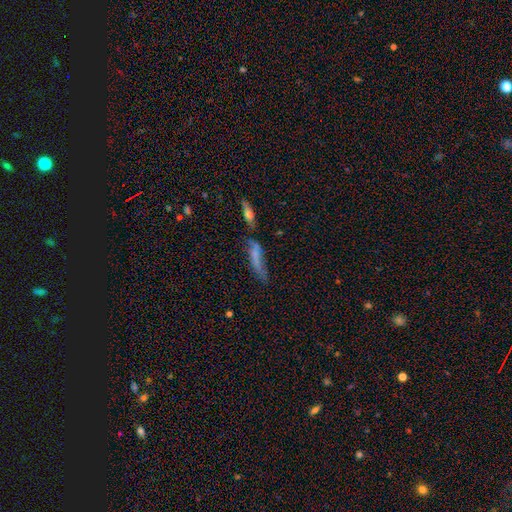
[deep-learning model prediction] smooth 57%, featured or disk 32%, star or artifact 12%. Down the decision tree: how rounded — cigar-shaped (68%); merging — none (38%).